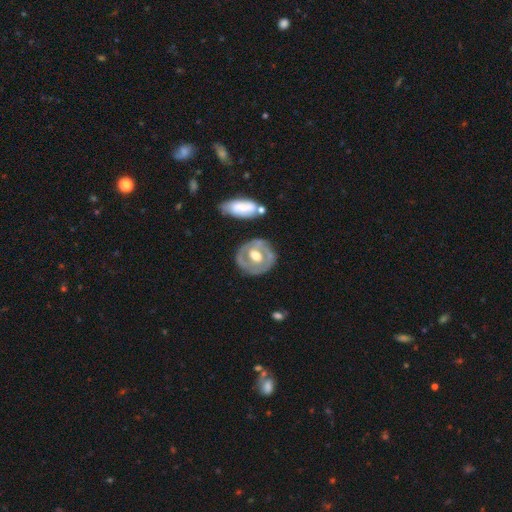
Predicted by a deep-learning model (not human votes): The model was most divided on "smooth or featured": featured or disk: 63%, smooth: 32%, star or artifact: 5%. More confident: edge-on disk — no (94%); merging — none (75%); spiral arms — no (71%); bulge size — moderate (66%); bar — no (60%).